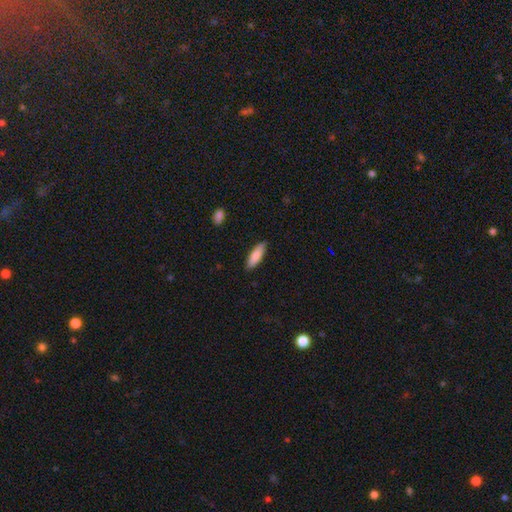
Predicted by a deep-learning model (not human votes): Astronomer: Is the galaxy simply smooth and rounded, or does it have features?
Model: smooth — 84%.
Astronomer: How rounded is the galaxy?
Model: in between — 52% (runner-up: cigar-shaped, 46%).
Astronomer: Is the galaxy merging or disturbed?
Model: none — 88%.